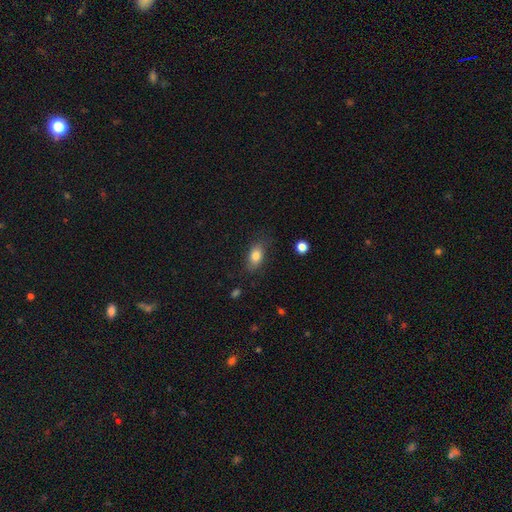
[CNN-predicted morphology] Smooth or featured: smooth — 80% (featured or disk — 11%)
How rounded: in between — 86% (round — 10%)
Merging: none — 76% (minor disturbance — 17%)